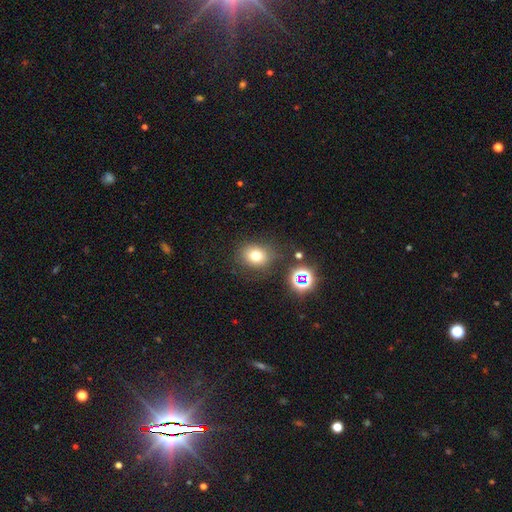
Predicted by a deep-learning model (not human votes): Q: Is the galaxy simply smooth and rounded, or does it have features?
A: smooth — 71%.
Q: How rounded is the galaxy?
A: round — 67%.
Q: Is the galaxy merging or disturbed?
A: none — 76%.